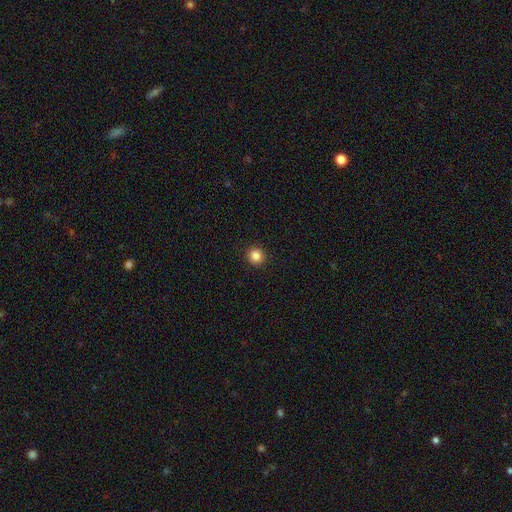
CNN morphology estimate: Smooth or featured: smooth — 85% (star or artifact — 11%)
How rounded: round — 94% (in between — 5%)
Merging: none — 93% (minor disturbance — 4%)